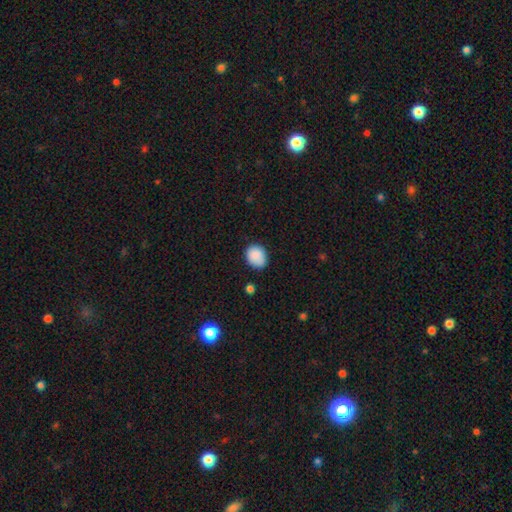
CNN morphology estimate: Smooth or featured? Predicted: smooth (p=0.88). How rounded? Predicted: round (p=0.51). Merging? Predicted: none (p=0.78).